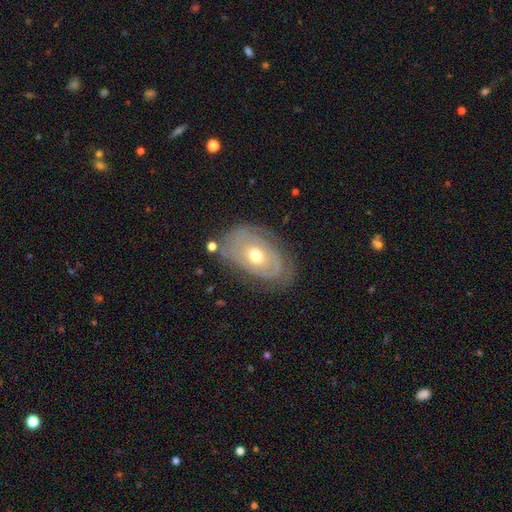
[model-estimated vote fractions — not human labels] smooth-or-featured: featured or disk: 74% | smooth: 20% | star or artifact: 6%
  disk-edge-on: no: 94% | yes: 6%
    bar: no: 81% | weak: 15% | strong: 4%
    has-spiral-arms: yes: 68% | no: 32%
    bulge-size: moderate: 72% | small: 22% | large: 5% | dominant: 1% | none: 1%
  merging: none: 70% | minor disturbance: 20% | major disturbance: 8% | merger: 3%